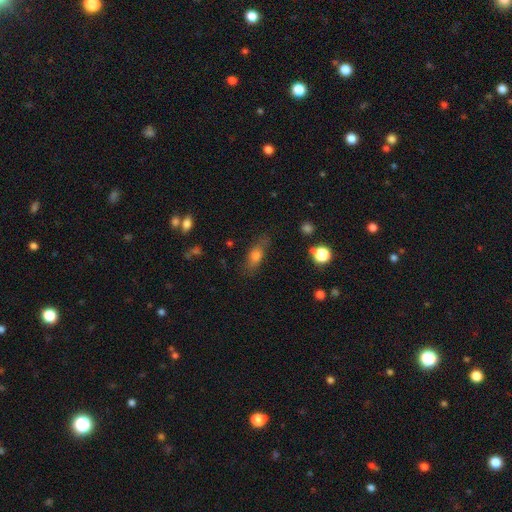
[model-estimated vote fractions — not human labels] This appears to be a smooth galaxy with no disk features (70%) that is in between round and cigar-shaped (71%). Merging: none (69%).